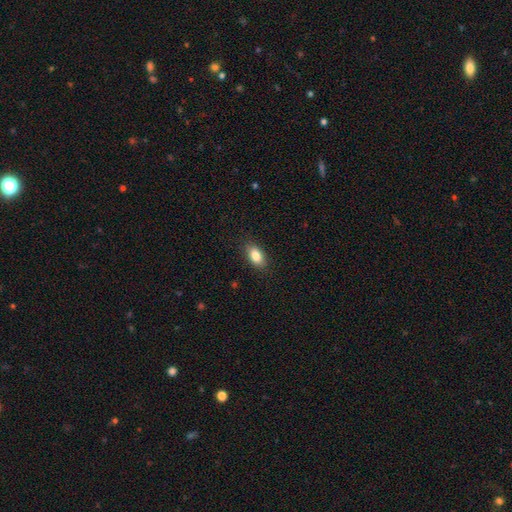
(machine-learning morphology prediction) Smooth or featured? smooth (85%)
How rounded? in between (89%)
Merging? none (87%)